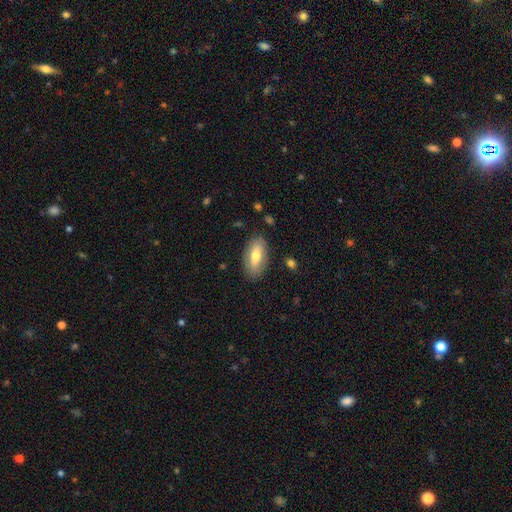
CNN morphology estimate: Smooth or featured? Predicted: smooth (p=0.67). How rounded? Predicted: in between (p=0.89). Merging? Predicted: none (p=0.83).